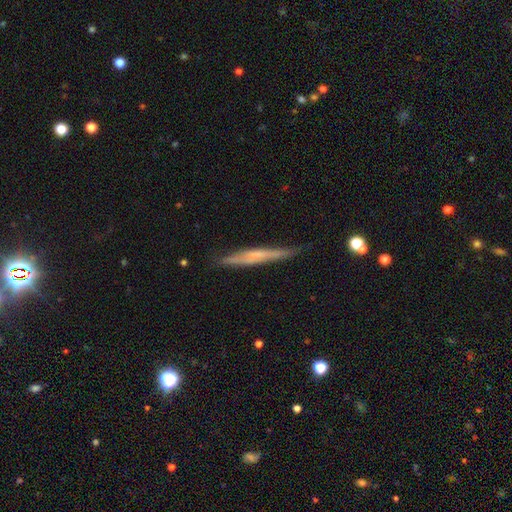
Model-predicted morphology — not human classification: Smooth or featured? Predicted: featured or disk (p=0.52). Edge-on disk? Predicted: yes (p=0.94). Merging? Predicted: none (p=0.81).